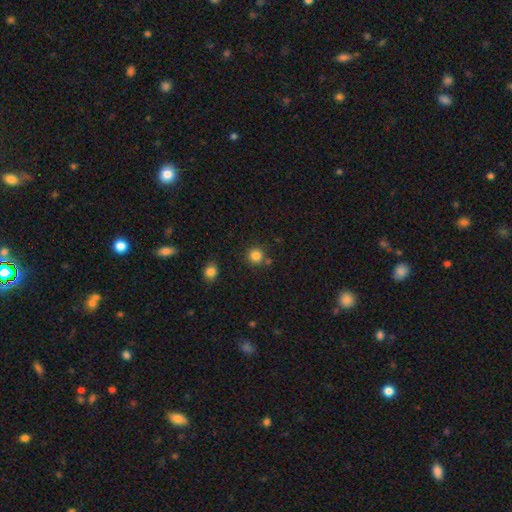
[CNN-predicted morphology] Smooth or featured? smooth (84%)
How rounded? round (93%)
Merging? none (80%)